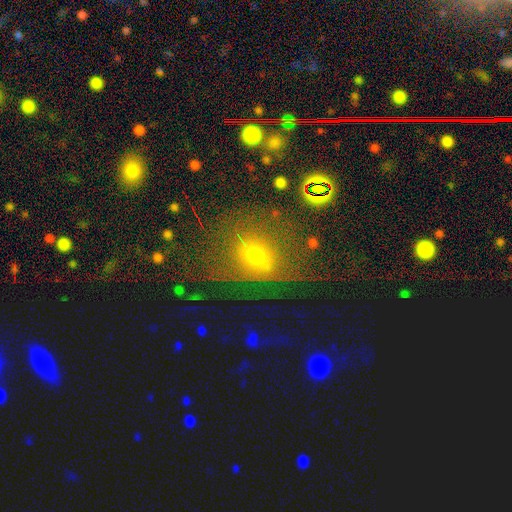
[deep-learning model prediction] smooth_or_featured: featured or disk (p=0.41) [alt: smooth p=0.36]
merging: none (p=0.50) [alt: major disturbance p=0.26]